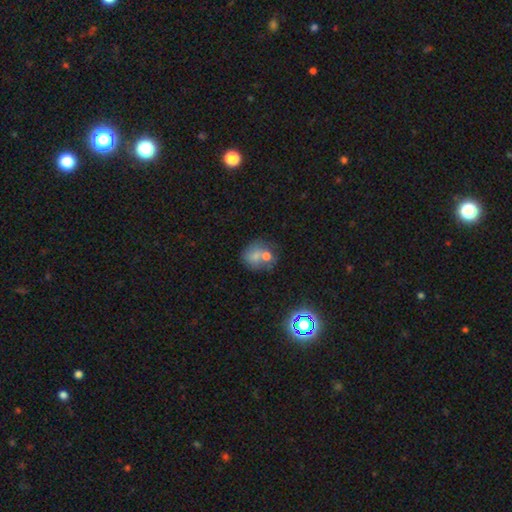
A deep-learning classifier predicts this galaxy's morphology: Smooth or featured? Predicted: smooth (p=0.65). How rounded? Predicted: round (p=0.68). Merging? Predicted: merger (p=0.44).